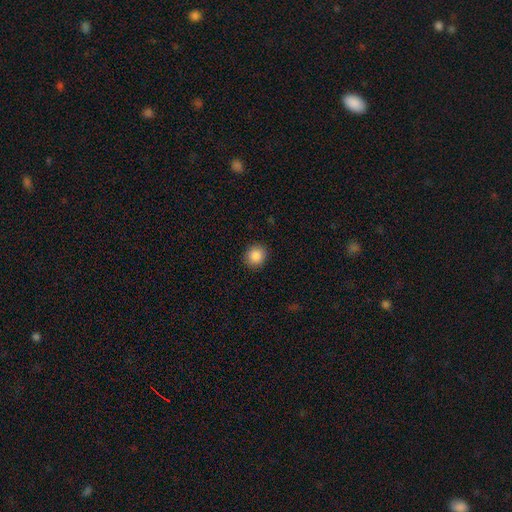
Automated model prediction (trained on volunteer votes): Overall: smooth (88%). How rounded: round (86%). Merging: none (90%).